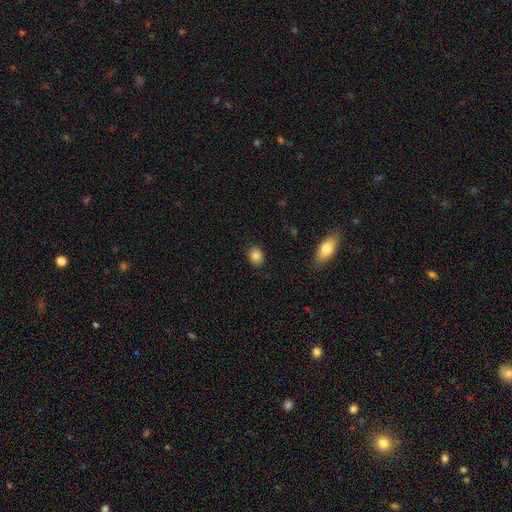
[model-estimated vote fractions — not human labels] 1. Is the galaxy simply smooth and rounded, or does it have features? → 84% smooth, 10% star or artifact, 6% featured or disk.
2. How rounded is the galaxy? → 52% in between, 47% round, 1% cigar-shaped.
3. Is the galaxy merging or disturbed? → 88% none, 8% minor disturbance, 2% major disturbance, 1% merger.